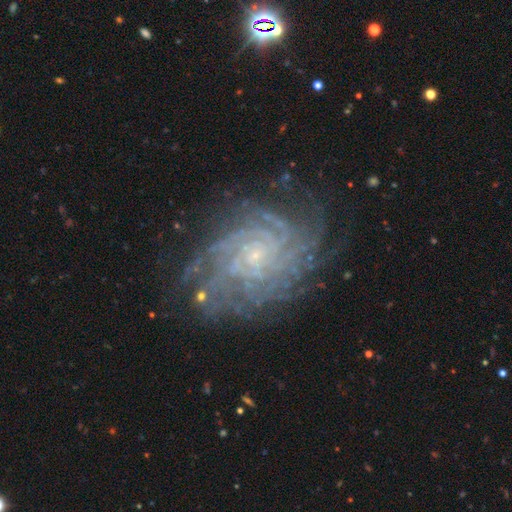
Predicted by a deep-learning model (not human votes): The model was most divided on "spiral arm count": more than 4: 34%, can't tell: 25%, 4: 16%, 3: 9%, 2: 8%, 1: 8%. More confident: edge-on disk — no (97%); spiral arms — yes (97%); smooth or featured — featured or disk (86%); bulge size — small (84%); merging — none (76%); spiral winding — tight (76%); bar — no (70%).